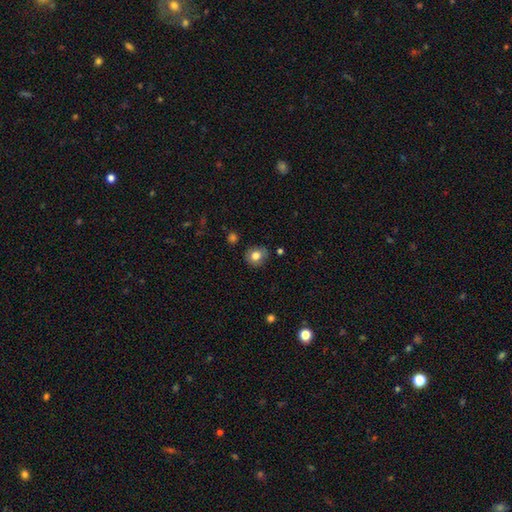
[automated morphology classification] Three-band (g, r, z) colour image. It shows a smooth galaxy with no disk features (78%) that is round (77%). Merging: none (82%).